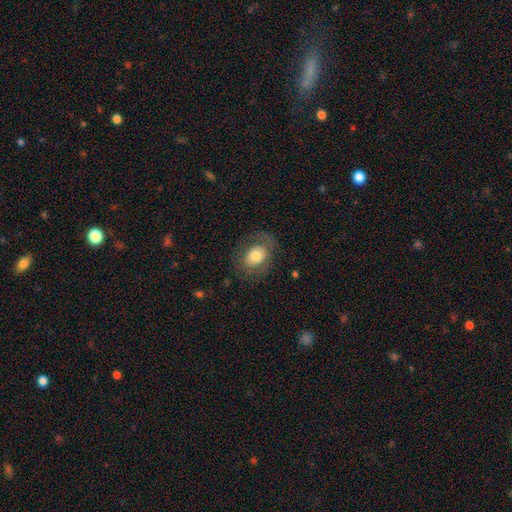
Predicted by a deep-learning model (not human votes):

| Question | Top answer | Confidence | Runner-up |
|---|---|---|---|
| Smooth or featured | smooth | 67% | featured or disk (25%) |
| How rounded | in between | 67% | round (32%) |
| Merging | none | 72% | minor disturbance (16%) |